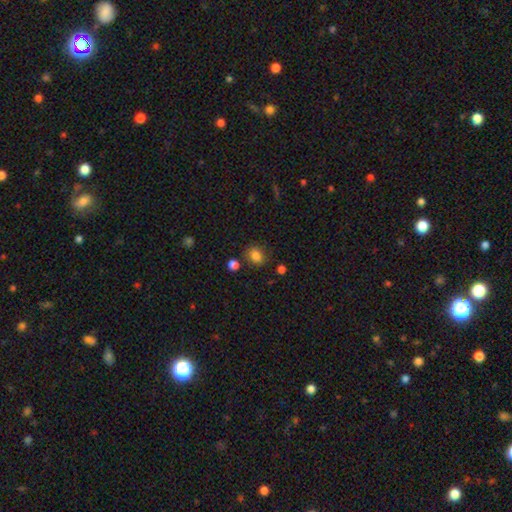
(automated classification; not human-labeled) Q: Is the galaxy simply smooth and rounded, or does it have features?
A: smooth — 83%.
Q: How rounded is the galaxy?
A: in between — 55%.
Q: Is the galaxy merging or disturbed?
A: none — 76%.